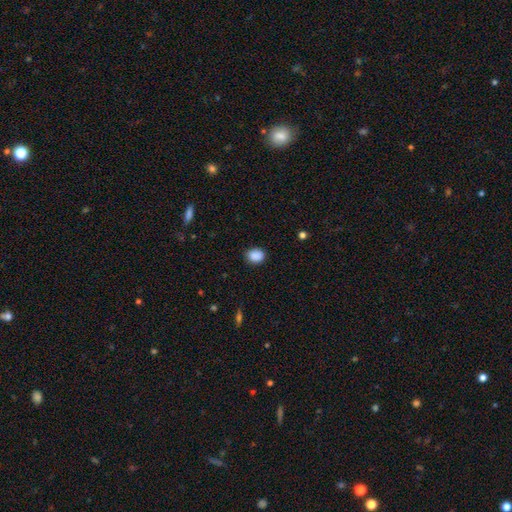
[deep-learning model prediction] Overall: smooth (88%). How rounded: round (50%; in between 49%). Merging: none (84%).